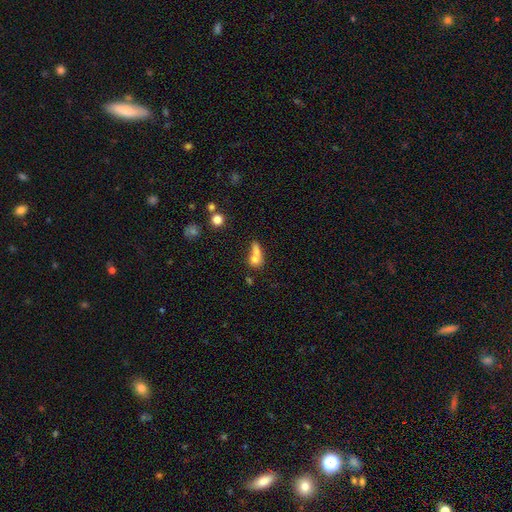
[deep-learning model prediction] Q: Smooth or featured?
A: smooth (70%); runner-up: featured or disk (18%)
Q: How rounded?
A: in between (52%); runner-up: round (36%)
Q: Merging?
A: merger (61%); runner-up: none (24%)